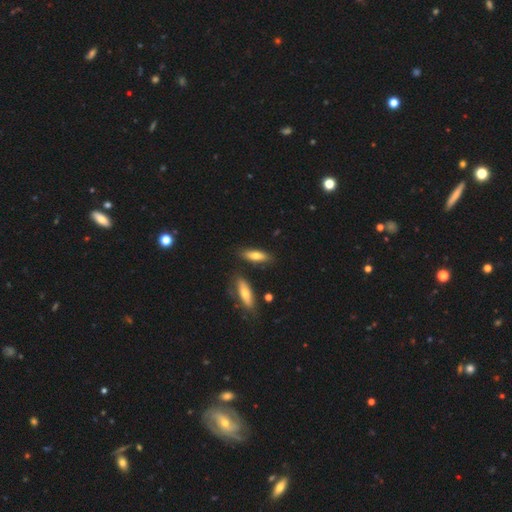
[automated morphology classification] type=smooth (69%); roundness=in between (52%); merging=none (78%).